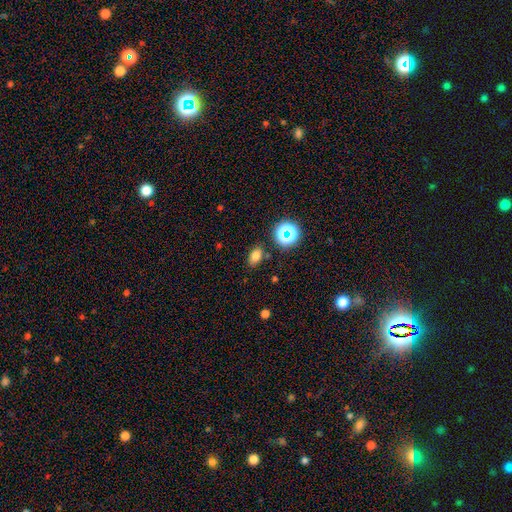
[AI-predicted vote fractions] Smooth or featured? Predicted: smooth (p=0.74). How rounded? Predicted: in between (p=0.81). Merging? Predicted: none (p=0.83).